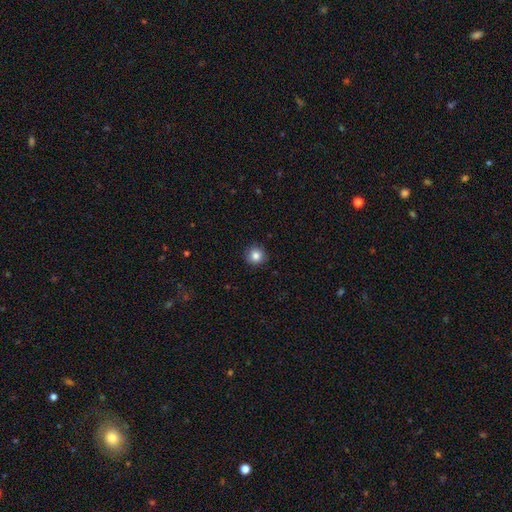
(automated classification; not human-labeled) smooth-or-featured: smooth: 84% | star or artifact: 10% | featured or disk: 6%
  how-rounded: round: 94% | in between: 5% | cigar-shaped: 1%
  merging: none: 90% | minor disturbance: 7% | major disturbance: 2% | merger: 1%